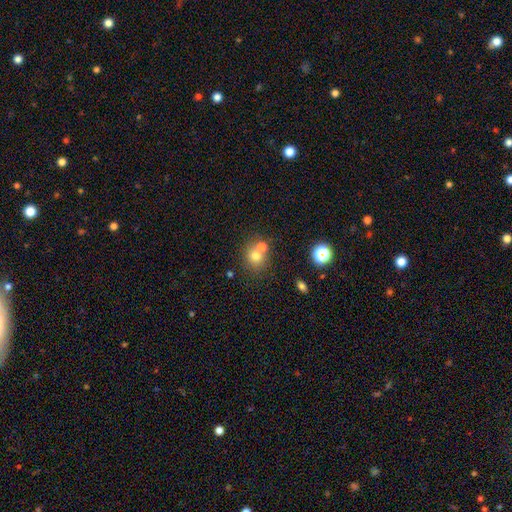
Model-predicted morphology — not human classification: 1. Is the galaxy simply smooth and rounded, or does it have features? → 72% smooth, 15% star or artifact, 14% featured or disk.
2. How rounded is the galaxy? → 81% round, 18% in between, 1% cigar-shaped.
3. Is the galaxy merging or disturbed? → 48% none, 42% merger, 7% minor disturbance, 3% major disturbance.